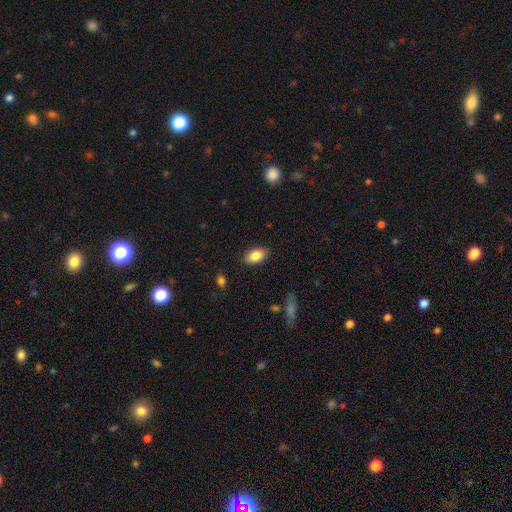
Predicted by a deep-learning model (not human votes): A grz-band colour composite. It shows a smooth galaxy with no disk features (85%) that is in between round and cigar-shaped (91%). Merging: none (87%).